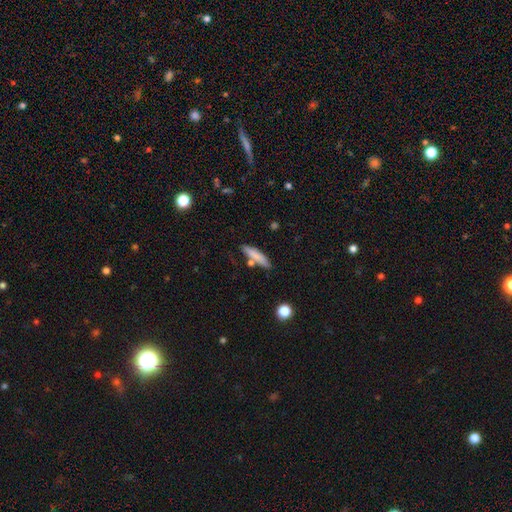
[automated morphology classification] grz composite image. It shows a smooth galaxy with no disk features (79%) that is cigar-shaped (79%). Merging: none (74%).